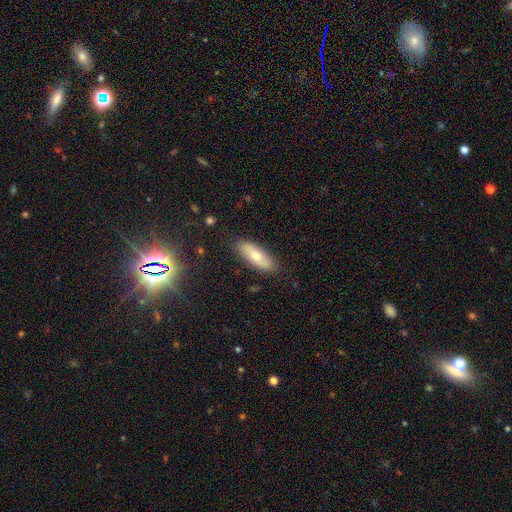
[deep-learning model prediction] This is likely a smooth galaxy (64%). How rounded: likely in between (66%). Merging: clearly none (84%).